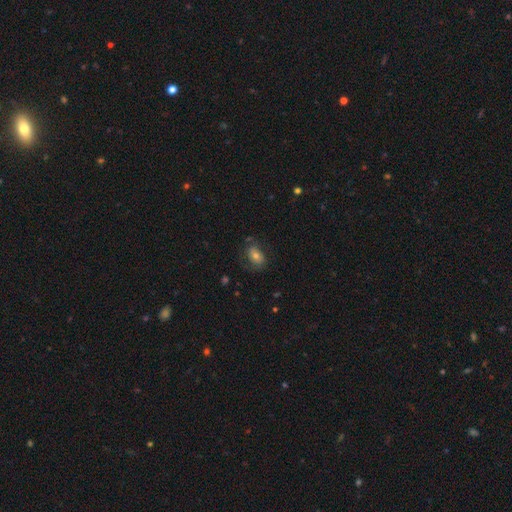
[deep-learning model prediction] Smooth or featured? Predicted: smooth (p=0.62). How rounded? Predicted: in between (p=0.79). Merging? Predicted: none (p=0.63).